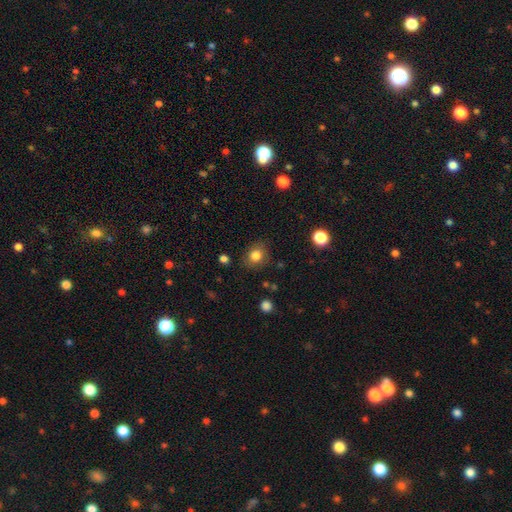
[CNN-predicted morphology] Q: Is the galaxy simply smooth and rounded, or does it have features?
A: smooth — 82%.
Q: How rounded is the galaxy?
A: round — 69%.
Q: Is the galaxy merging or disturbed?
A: none — 82%.